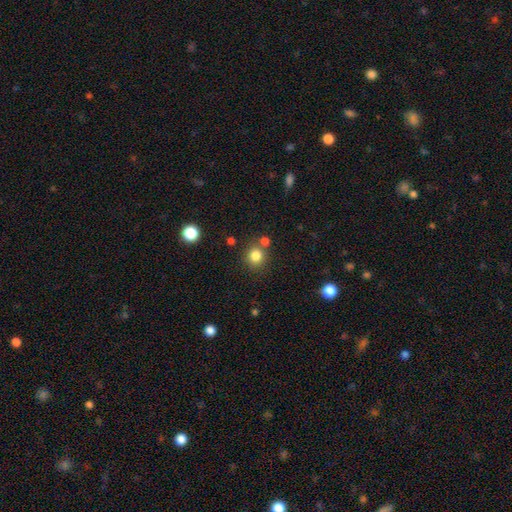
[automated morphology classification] type=smooth (82%); roundness=round (87%); merging=none (75%).